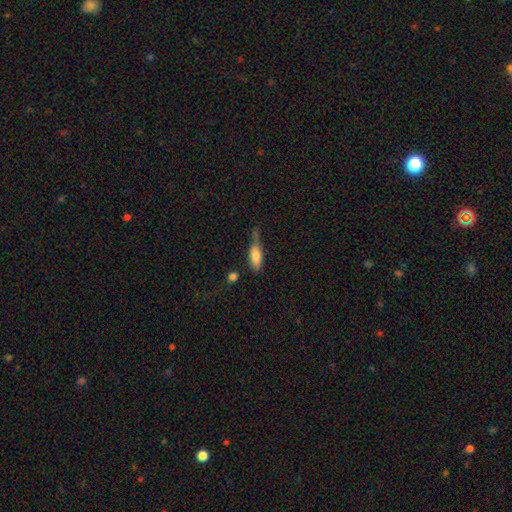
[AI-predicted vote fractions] Q: Smooth or featured?
A: smooth (72%); runner-up: featured or disk (20%)
Q: How rounded?
A: in between (67%); runner-up: cigar-shaped (30%)
Q: Merging?
A: none (39%); runner-up: minor disturbance (35%)